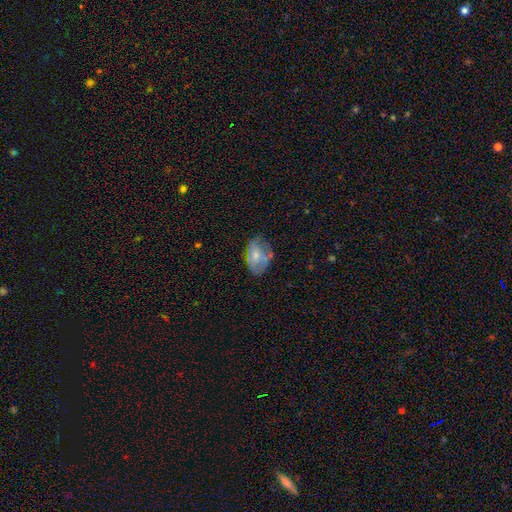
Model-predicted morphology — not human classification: Smooth or featured? smooth (57%)
How rounded? in between (85%)
Merging? none (51%)